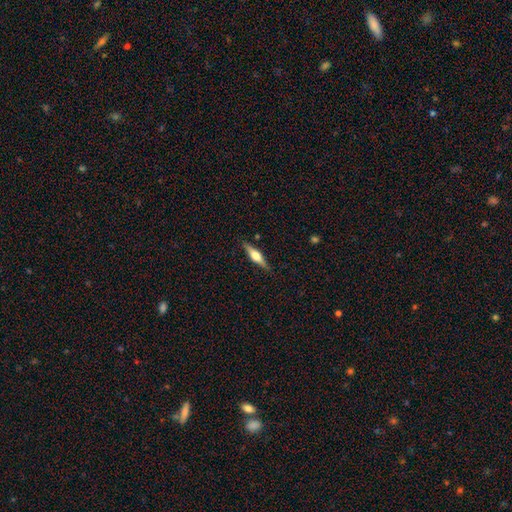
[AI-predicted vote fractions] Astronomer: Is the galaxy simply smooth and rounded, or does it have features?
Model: featured or disk — 64%.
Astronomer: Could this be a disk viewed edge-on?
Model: yes — 97%.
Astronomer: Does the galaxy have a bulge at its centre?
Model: rounded — 91%.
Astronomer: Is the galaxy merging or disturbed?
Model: none — 88%.